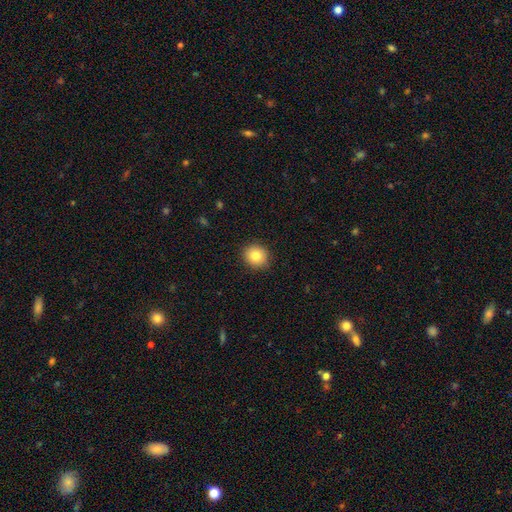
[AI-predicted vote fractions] Smooth or featured? Predicted: smooth (p=0.82). How rounded? Predicted: round (p=0.86). Merging? Predicted: none (p=0.89).